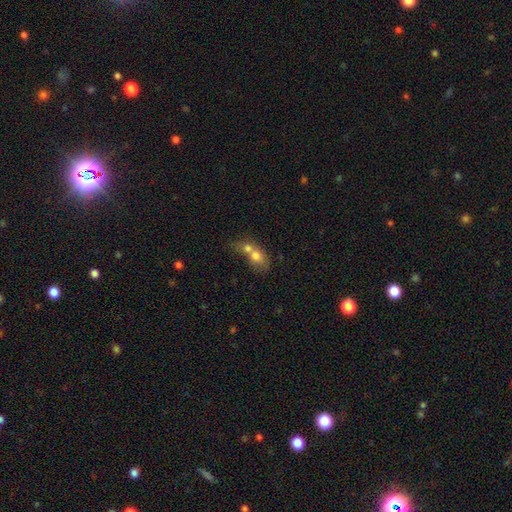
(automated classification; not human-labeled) smooth-or-featured: smooth: 70% | featured or disk: 21% | star or artifact: 9%
  how-rounded: in between: 56% | round: 40% | cigar-shaped: 3%
  merging: merger: 75% | none: 14% | minor disturbance: 6% | major disturbance: 5%